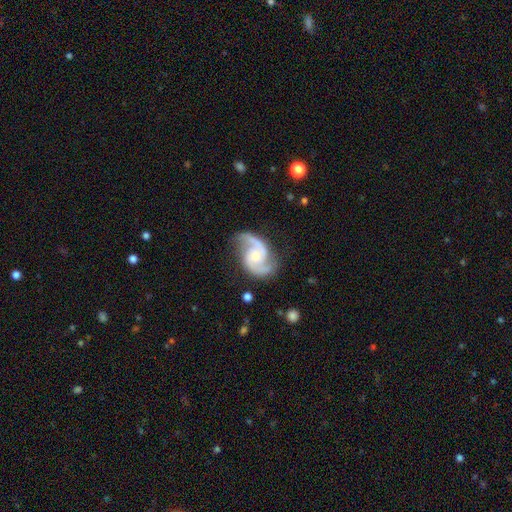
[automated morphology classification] smooth_or_featured: featured or disk (p=0.91) [alt: smooth p=0.04]
disk_edge_on: no (p=0.98) [alt: yes p=0.02]
bar: no (p=0.63) [alt: weak p=0.31]
has_spiral_arms: yes (p=0.98) [alt: no p=0.02]
spiral_winding: medium (p=0.58) [alt: tight p=0.21]
spiral_arm_count: 2 (p=0.90) [alt: 3 p=0.04]
bulge_size: moderate (p=0.52) [alt: small p=0.42]
merging: none (p=0.73) [alt: minor disturbance p=0.18]